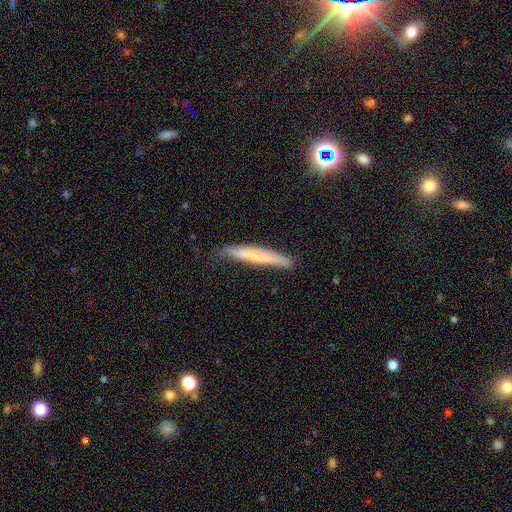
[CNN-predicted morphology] Overall: smooth (56%; featured or disk 37%). How rounded: cigar-shaped (95%). Merging: none (71%).